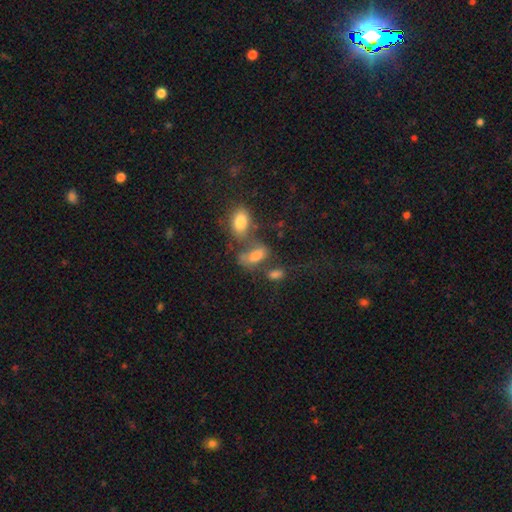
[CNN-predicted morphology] A smooth galaxy with no disk features (68%) that is in between round and cigar-shaped (86%). Merging: none (36%).